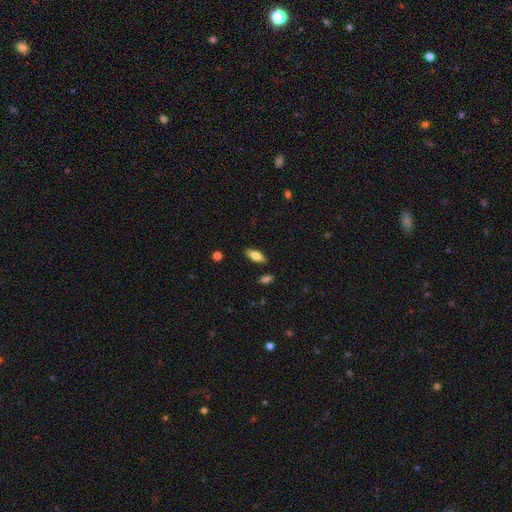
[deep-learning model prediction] Q: Smooth or featured?
A: smooth (70%); runner-up: featured or disk (24%)
Q: How rounded?
A: in between (73%); runner-up: cigar-shaped (24%)
Q: Merging?
A: none (87%); runner-up: minor disturbance (9%)